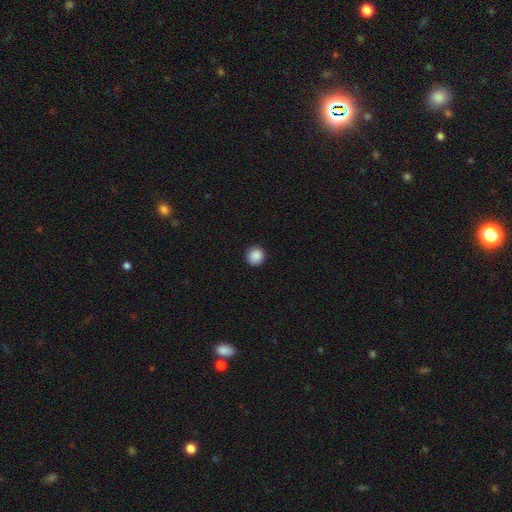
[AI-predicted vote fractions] Overall: smooth (89%). How rounded: round (95%). Merging: none (92%).